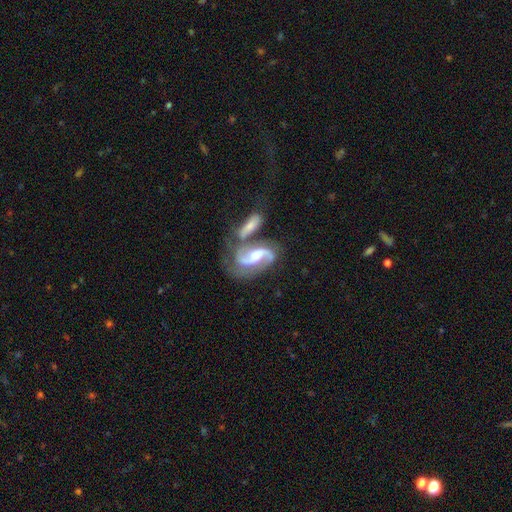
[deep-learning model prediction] This is clearly a featured or disk galaxy (87%). It is clearly not viewed edge-on (96%). Bar: marginally weak (45%). Spiral arm pattern: clearly yes (97%). Spiral arm count: clearly 2 (88%). Spiral winding: possibly medium (53%). Central bulge: possibly moderate (55%). Merging: marginally merger (44%).